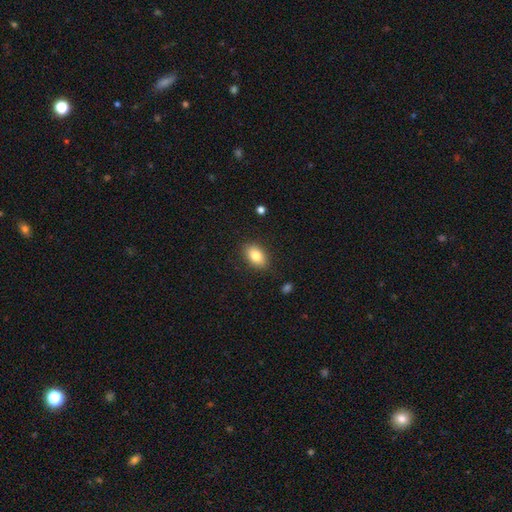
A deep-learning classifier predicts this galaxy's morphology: Overall: smooth (81%). How rounded: in between (86%). Merging: none (87%).